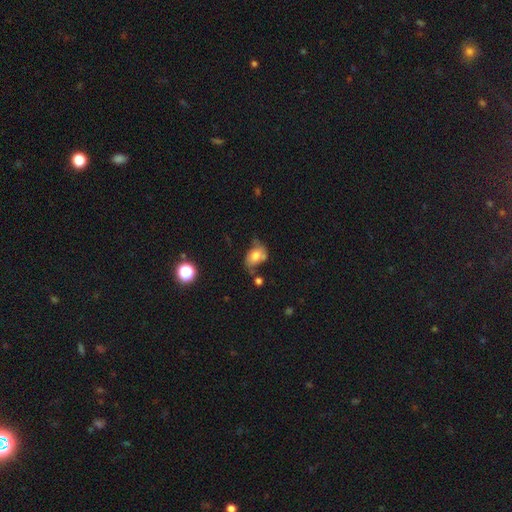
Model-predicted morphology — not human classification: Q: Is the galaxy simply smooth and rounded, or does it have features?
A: smooth — 63%.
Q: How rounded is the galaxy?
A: in between — 80%.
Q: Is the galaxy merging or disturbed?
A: none — 40%.